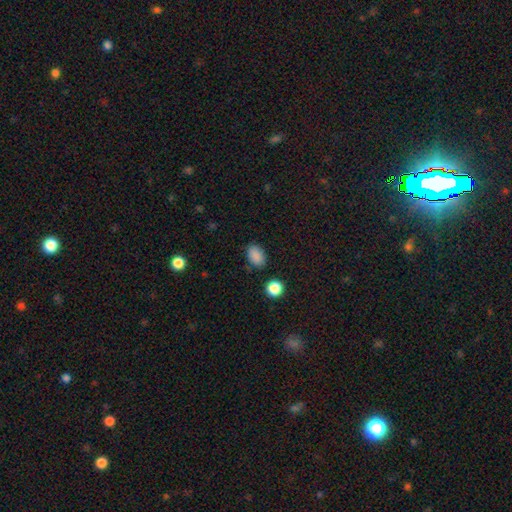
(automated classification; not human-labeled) A smooth galaxy with no disk features (87%) that is in between round and cigar-shaped (83%). Merging: none (82%).